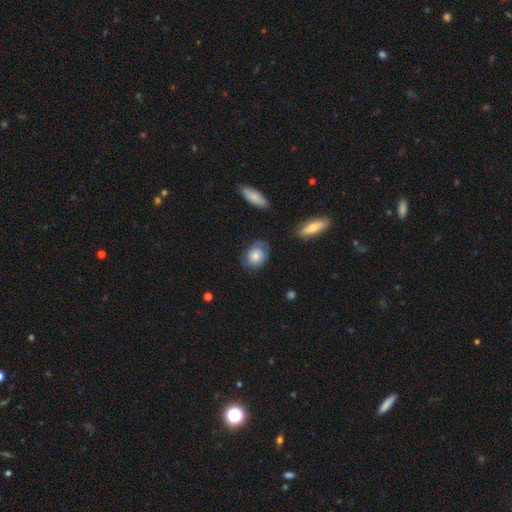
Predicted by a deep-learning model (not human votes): Morphology: type=smooth (56%); roundness=in between (58%); merging=none (66%).